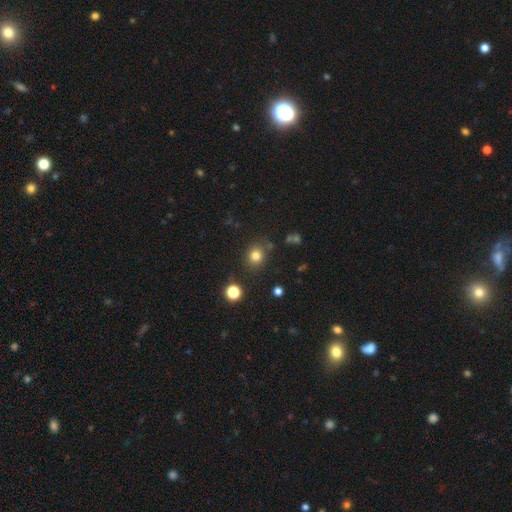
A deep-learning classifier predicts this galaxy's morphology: smooth 80%, star or artifact 14%, featured or disk 6%. Down the decision tree: how rounded — round (80%); merging — none (81%).